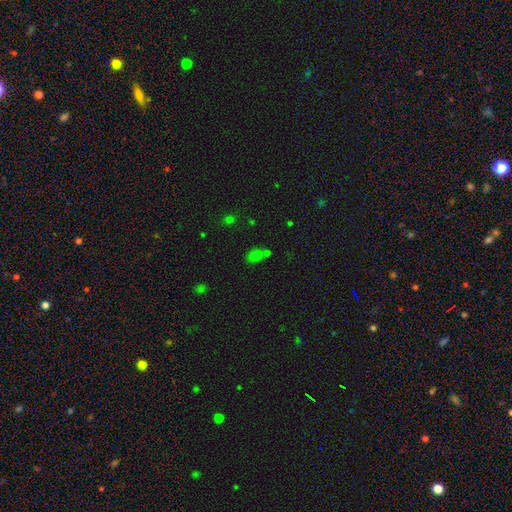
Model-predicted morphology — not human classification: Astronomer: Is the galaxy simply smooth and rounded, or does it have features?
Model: smooth — 64%.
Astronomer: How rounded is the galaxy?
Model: in between — 74%.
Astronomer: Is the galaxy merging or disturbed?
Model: none — 58%.